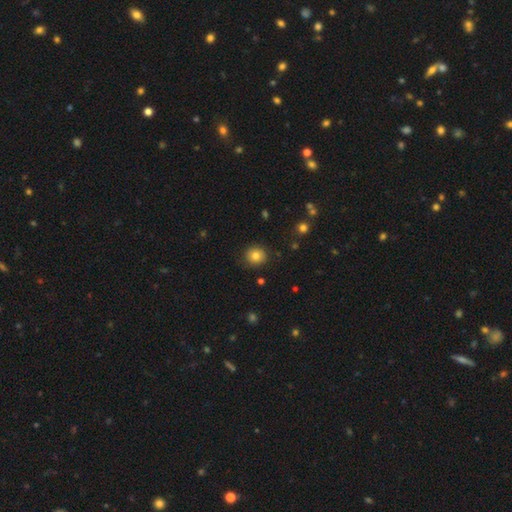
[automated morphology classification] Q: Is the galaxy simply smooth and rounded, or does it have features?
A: smooth — 80%.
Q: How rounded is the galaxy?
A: round — 87%.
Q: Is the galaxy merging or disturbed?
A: none — 88%.